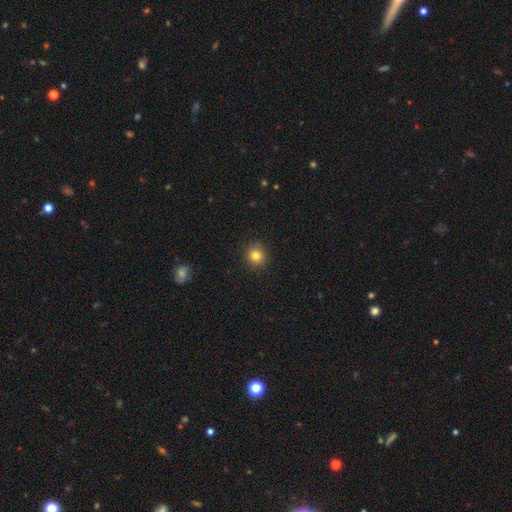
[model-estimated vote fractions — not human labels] Morphology: type=smooth (81%); roundness=round (92%); merging=none (91%).